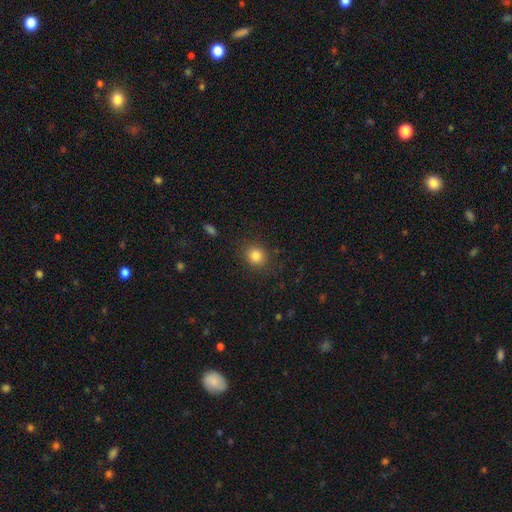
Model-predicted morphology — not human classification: type=smooth (84%); roundness=round (76%); merging=none (84%).